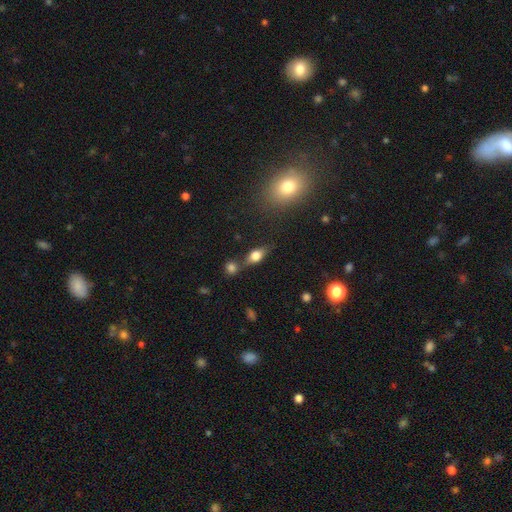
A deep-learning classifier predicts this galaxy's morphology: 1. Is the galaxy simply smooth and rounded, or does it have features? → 64% smooth, 25% featured or disk, 11% star or artifact.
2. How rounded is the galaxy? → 72% in between, 15% cigar-shaped, 13% round.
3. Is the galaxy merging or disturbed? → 62% none, 16% merger, 16% minor disturbance, 6% major disturbance.